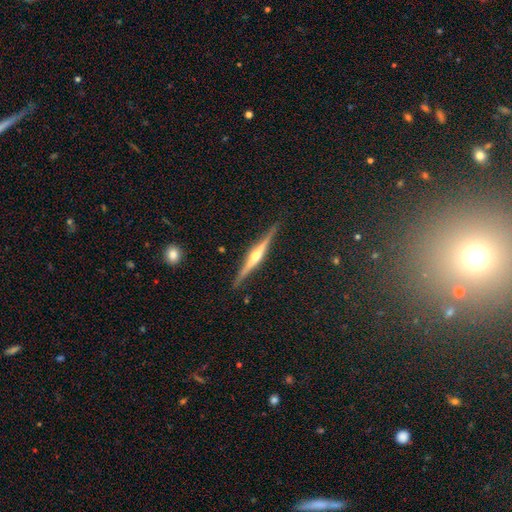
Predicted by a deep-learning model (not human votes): Morphology: type=featured or disk (82%); edge-on=yes (98%); edge-on bulge=rounded (90%); merging=none (90%).